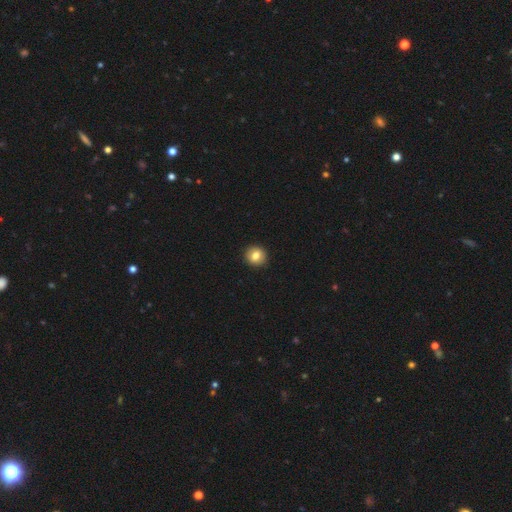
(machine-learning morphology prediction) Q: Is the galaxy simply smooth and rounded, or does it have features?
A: smooth — 81%.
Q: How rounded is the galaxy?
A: round — 88%.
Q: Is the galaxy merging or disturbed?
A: none — 93%.